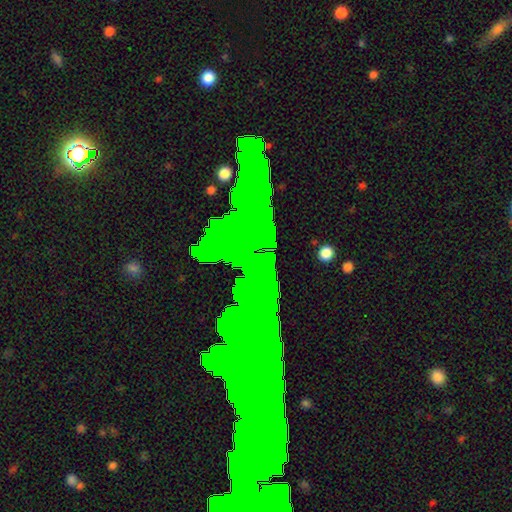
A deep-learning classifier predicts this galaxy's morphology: smooth-or-featured: star or artifact: 78% | featured or disk: 11% | smooth: 11%